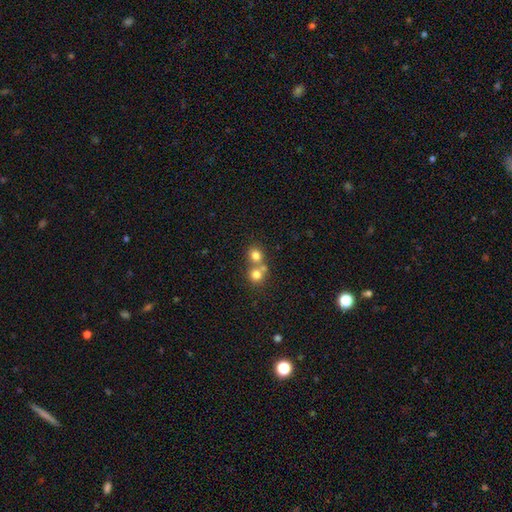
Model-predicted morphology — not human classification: smooth-or-featured: smooth: 76% | star or artifact: 13% | featured or disk: 11%
  how-rounded: round: 83% | in between: 16% | cigar-shaped: 1%
  merging: merger: 51% | none: 42% | minor disturbance: 5% | major disturbance: 3%